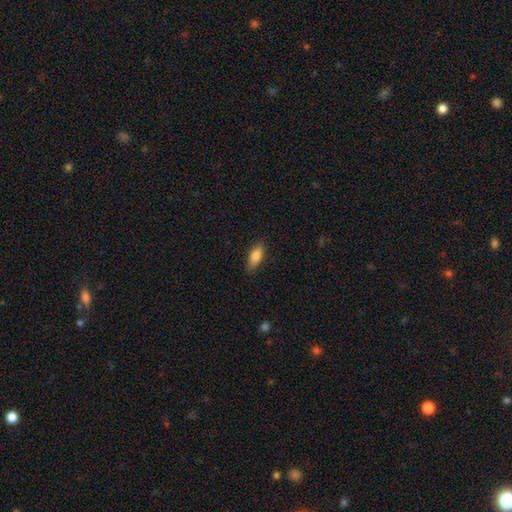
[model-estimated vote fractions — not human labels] Smooth or featured? smooth (83%)
How rounded? in between (80%)
Merging? none (85%)